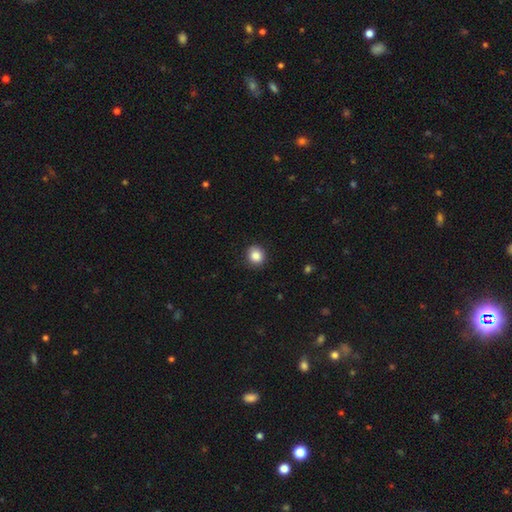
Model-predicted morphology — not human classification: Smooth or featured? Predicted: smooth (p=0.87). How rounded? Predicted: round (p=0.84). Merging? Predicted: none (p=0.88).